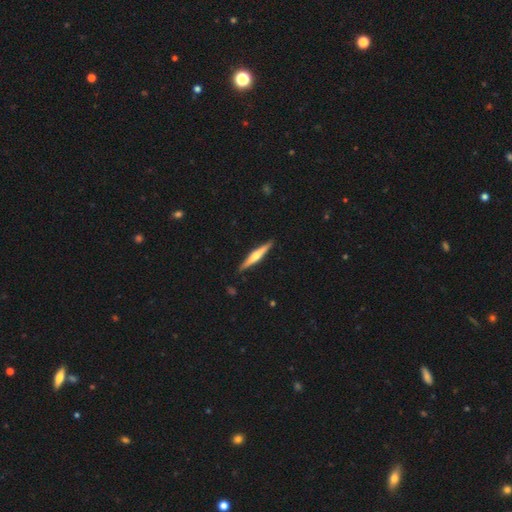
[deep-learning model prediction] Q: Smooth or featured?
A: featured or disk (63%); runner-up: smooth (32%)
Q: Edge-on disk?
A: yes (98%); runner-up: no (2%)
Q: Edge-on bulge?
A: rounded (85%); runner-up: none (9%)
Q: Merging?
A: none (91%); runner-up: minor disturbance (7%)